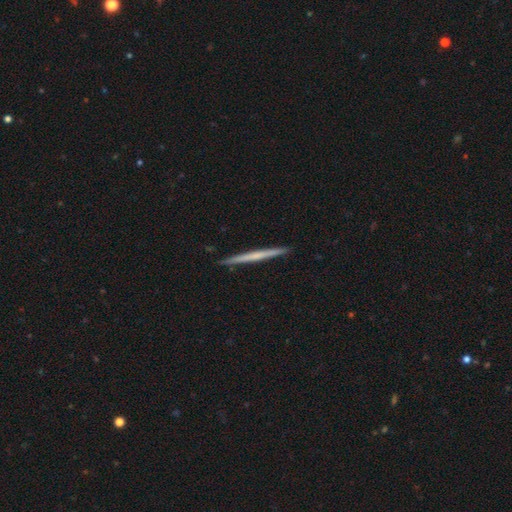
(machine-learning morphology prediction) smooth_or_featured: featured or disk (p=0.52) [alt: smooth p=0.43]
disk_edge_on: yes (p=0.98) [alt: no p=0.02]
edge_on_bulge: none (p=0.85) [alt: rounded p=0.11]
merging: none (p=0.93) [alt: minor disturbance p=0.05]